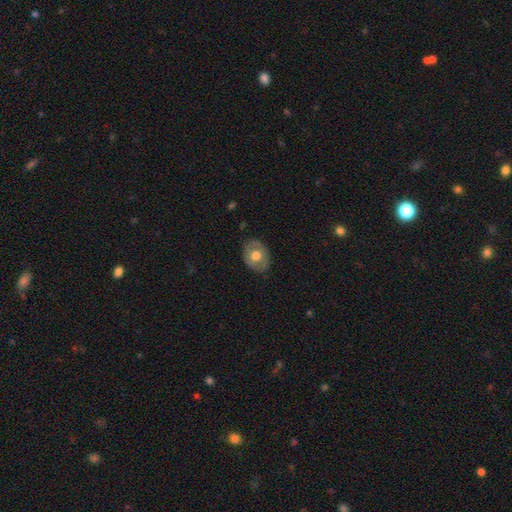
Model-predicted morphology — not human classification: smooth-or-featured: smooth: 51% | featured or disk: 43% | star or artifact: 6%
  how-rounded: in between: 59% | round: 40% | cigar-shaped: 1%
  merging: none: 80% | minor disturbance: 15% | major disturbance: 4% | merger: 1%